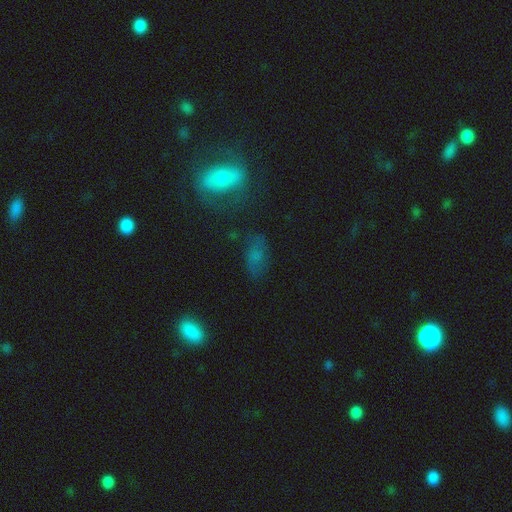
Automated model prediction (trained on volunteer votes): Morphology: type=smooth (58%); roundness=in between (84%); merging=none (62%).